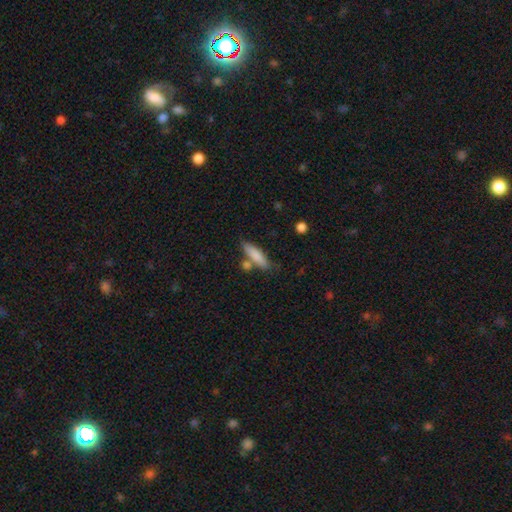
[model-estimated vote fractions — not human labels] Q: Smooth or featured?
A: smooth (82%); runner-up: featured or disk (12%)
Q: How rounded?
A: cigar-shaped (69%); runner-up: in between (29%)
Q: Merging?
A: none (70%); runner-up: merger (14%)